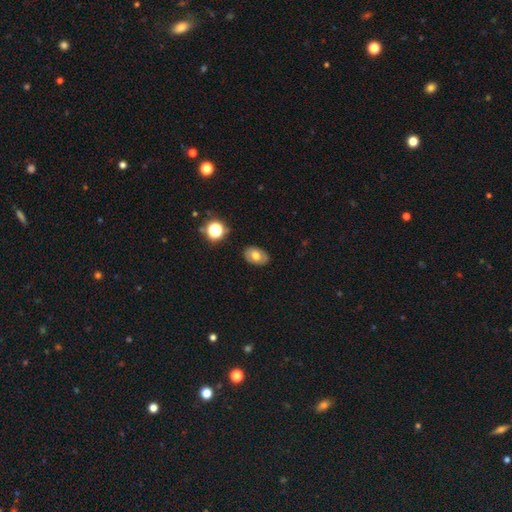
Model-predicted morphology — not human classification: Smooth or featured? smooth (64%)
How rounded? in between (84%)
Merging? none (85%)